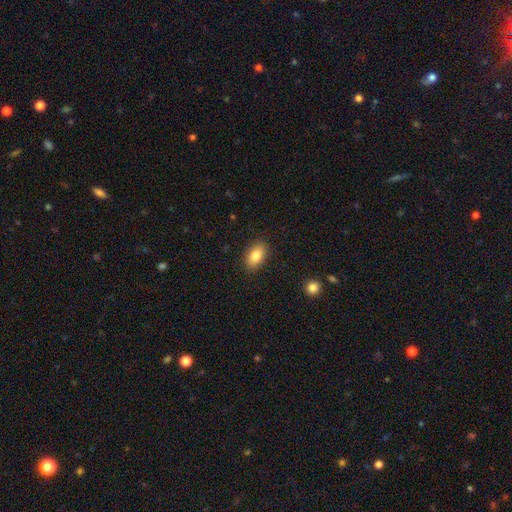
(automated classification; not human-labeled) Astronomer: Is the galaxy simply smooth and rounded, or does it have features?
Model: smooth — 84%.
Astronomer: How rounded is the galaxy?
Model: in between — 90%.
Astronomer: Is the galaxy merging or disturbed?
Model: none — 88%.